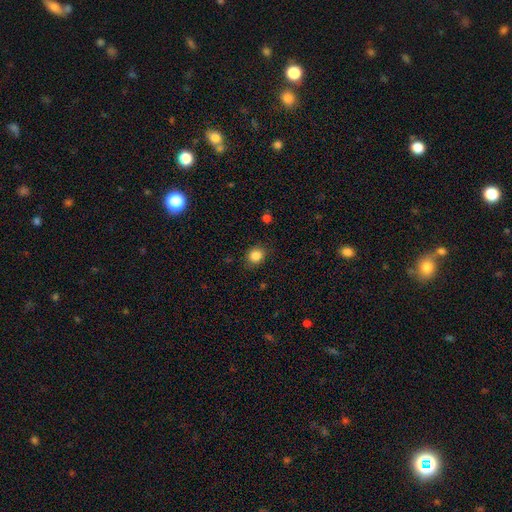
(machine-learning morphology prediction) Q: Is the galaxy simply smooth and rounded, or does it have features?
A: smooth — 85%.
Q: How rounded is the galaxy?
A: round — 72%.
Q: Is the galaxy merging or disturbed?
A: none — 85%.